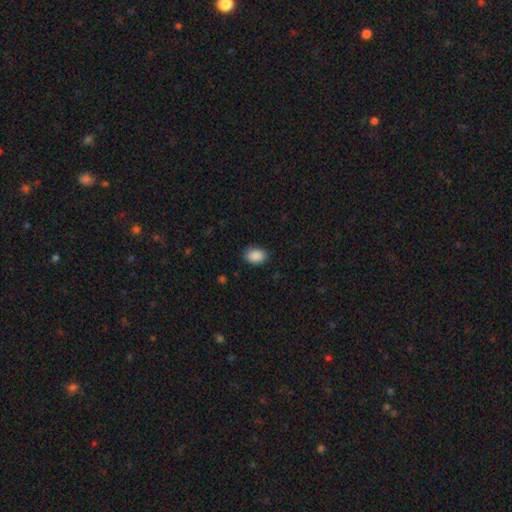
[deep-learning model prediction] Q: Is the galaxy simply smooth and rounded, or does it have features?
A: smooth — 90%.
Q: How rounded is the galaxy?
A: in between — 80%.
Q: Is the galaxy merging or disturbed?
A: none — 85%.